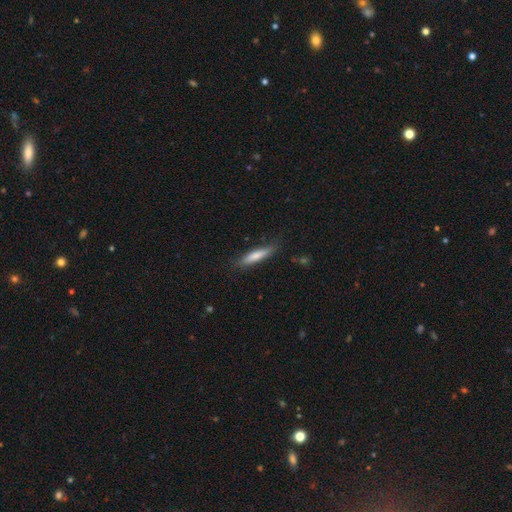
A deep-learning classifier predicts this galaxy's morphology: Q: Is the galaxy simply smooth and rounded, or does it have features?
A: smooth — 74%.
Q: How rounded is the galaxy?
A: cigar-shaped — 84%.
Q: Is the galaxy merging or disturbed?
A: none — 81%.